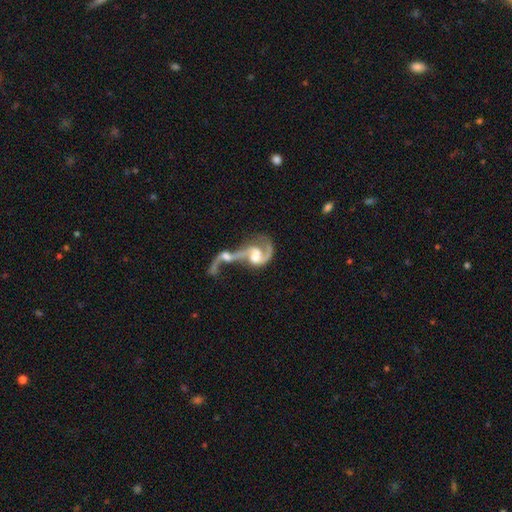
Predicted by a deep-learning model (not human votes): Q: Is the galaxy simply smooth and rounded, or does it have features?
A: featured or disk — 83%.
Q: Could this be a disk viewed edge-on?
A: no — 97%.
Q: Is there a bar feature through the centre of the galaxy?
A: no — 51%.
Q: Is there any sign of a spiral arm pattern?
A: yes — 92%.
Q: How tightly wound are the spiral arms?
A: loose — 55%.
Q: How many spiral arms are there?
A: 2 — 72%.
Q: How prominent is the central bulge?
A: moderate — 46%.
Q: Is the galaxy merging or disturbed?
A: merger — 69%.